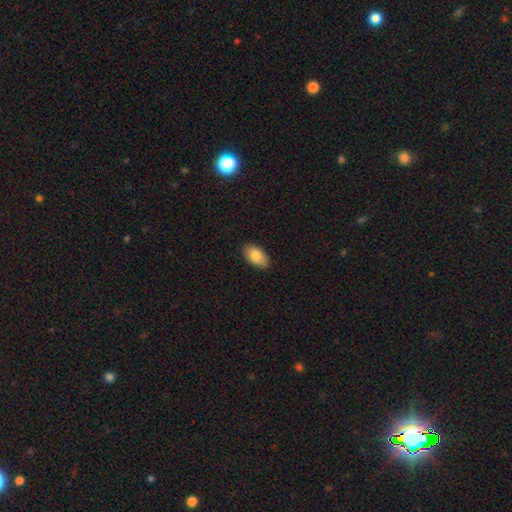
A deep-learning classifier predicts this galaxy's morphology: A smooth galaxy with no disk features (85%) that is in between round and cigar-shaped (94%). Merging: none (87%).